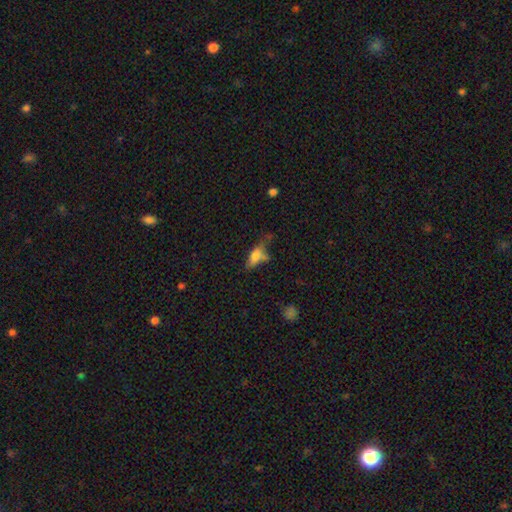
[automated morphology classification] A smooth galaxy with no disk features (66%) that is in between round and cigar-shaped (68%).

Vote fractions:
- Smooth or featured? smooth: 66% / featured or disk: 22% / star or artifact: 12%
- How rounded? in between: 68% / cigar-shaped: 28% / round: 4%
- Merging? none: 39% / minor disturbance: 27% / major disturbance: 19% / merger: 15%